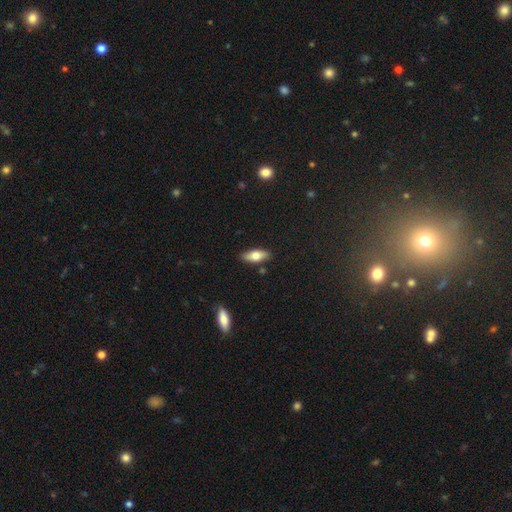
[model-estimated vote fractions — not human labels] A smooth galaxy with no disk features (71%) that is in between round and cigar-shaped (74%). Merging: none (85%).